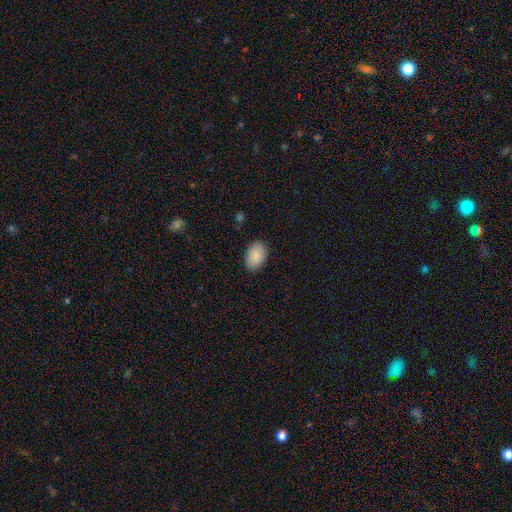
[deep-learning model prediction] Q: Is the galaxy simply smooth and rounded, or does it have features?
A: smooth — 88%.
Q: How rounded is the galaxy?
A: in between — 86%.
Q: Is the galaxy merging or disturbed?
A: none — 86%.